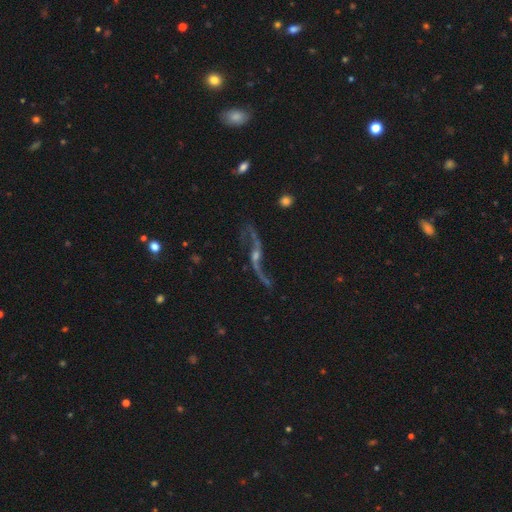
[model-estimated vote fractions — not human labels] Smooth or featured?
  - featured or disk: 87% *
  - star or artifact: 8%
  - smooth: 5%
Edge-on disk?
  - no: 84% *
  - yes: 16%
Bar?
  - no: 56% *
  - weak: 30%
  - strong: 14%
Spiral arms?
  - yes: 94% *
  - no: 6%
Spiral winding?
  - loose: 94% *
  - medium: 4%
  - tight: 2%
Spiral arm count?
  - 2: 93% *
  - 1: 3%
  - can't tell: 2%
  - 3: 1%
  - 4: 1%
  - more than 4: 1%
Bulge size?
  - small: 51% *
  - moderate: 35%
  - none: 7%
  - large: 4%
  - dominant: 2%
Merging?
  - none: 64% *
  - major disturbance: 16%
  - minor disturbance: 16%
  - merger: 5%